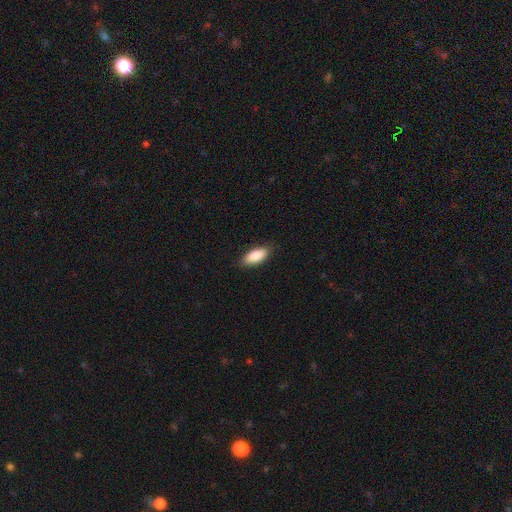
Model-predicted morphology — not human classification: Smooth or featured? Predicted: smooth (p=0.87). How rounded? Predicted: in between (p=0.85). Merging? Predicted: none (p=0.85).